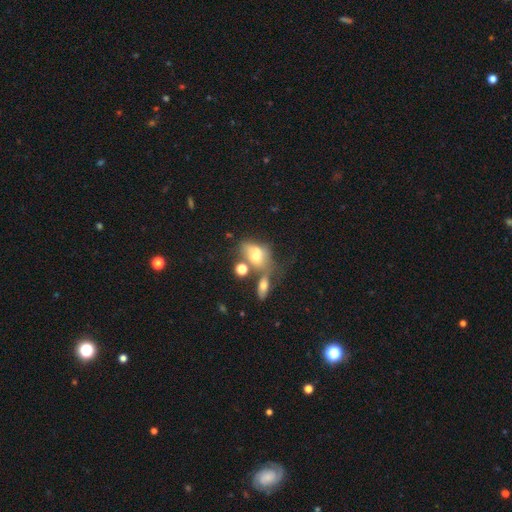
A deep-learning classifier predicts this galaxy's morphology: Smooth or featured: smooth — 57% (featured or disk — 30%)
How rounded: in between — 67% (round — 30%)
Merging: merger — 53% (none — 24%)